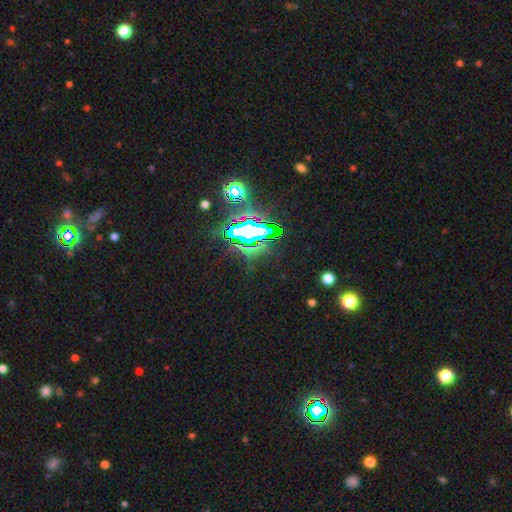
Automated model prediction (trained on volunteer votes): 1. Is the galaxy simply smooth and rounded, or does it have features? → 82% star or artifact, 10% smooth, 8% featured or disk.